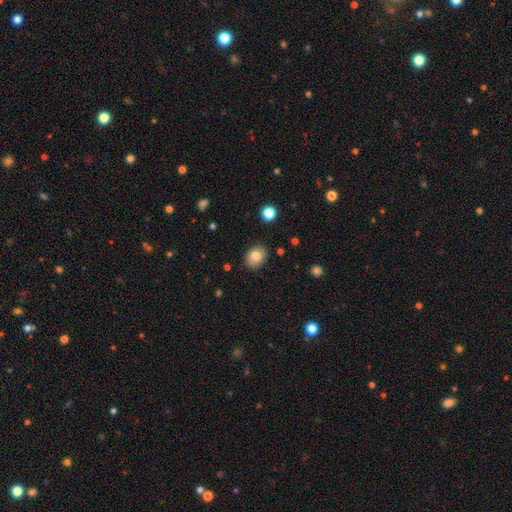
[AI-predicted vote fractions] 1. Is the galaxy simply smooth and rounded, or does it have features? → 82% smooth, 9% star or artifact, 9% featured or disk.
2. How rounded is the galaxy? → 59% in between, 40% round, 1% cigar-shaped.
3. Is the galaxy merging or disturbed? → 85% none, 11% minor disturbance, 3% major disturbance, 1% merger.